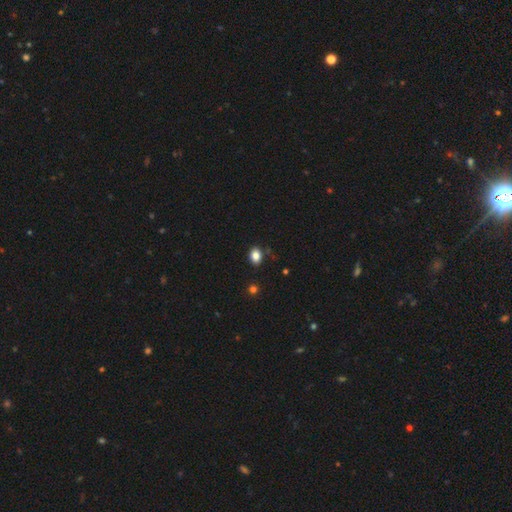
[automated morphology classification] The model was most divided on "how rounded": in between: 68%, round: 31%, cigar-shaped: 1%. More confident: merging — none (85%); smooth or featured — smooth (85%).